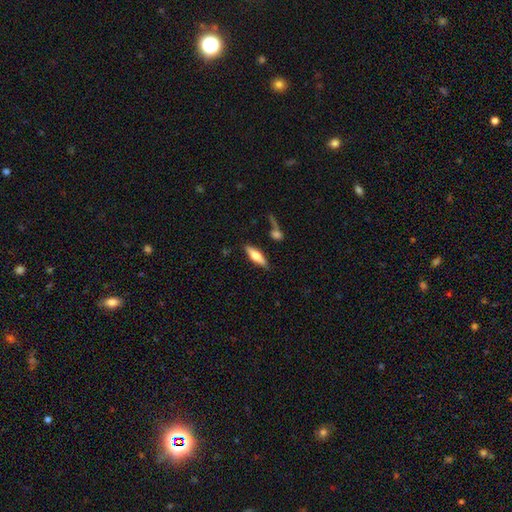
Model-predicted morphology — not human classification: smooth 51%, featured or disk 43%, star or artifact 6%. Down the decision tree: how rounded — cigar-shaped (52%); merging — none (78%).